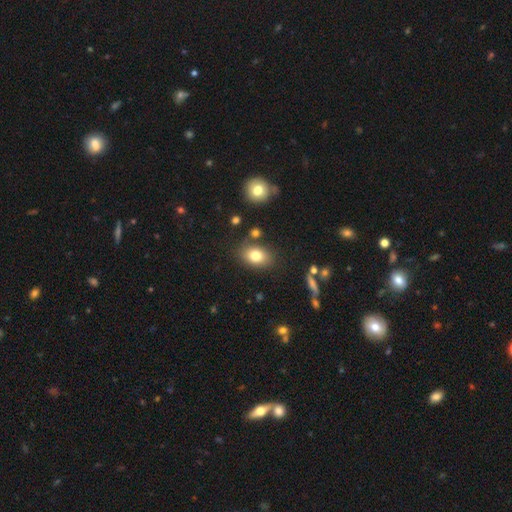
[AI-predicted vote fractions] Smooth or featured?
  - smooth: 79% *
  - featured or disk: 11%
  - star or artifact: 10%
How rounded?
  - in between: 75% *
  - round: 24%
  - cigar-shaped: 1%
Merging?
  - none: 78% *
  - minor disturbance: 12%
  - merger: 5%
  - major disturbance: 4%